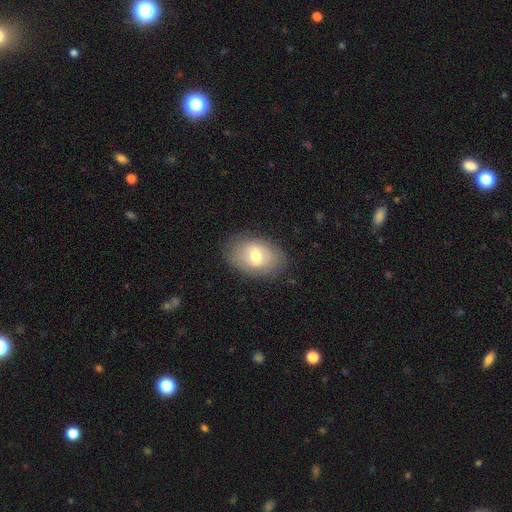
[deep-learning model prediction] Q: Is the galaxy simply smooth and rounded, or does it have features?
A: smooth — 57%.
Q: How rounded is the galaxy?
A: in between — 83%.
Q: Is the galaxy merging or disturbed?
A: none — 78%.